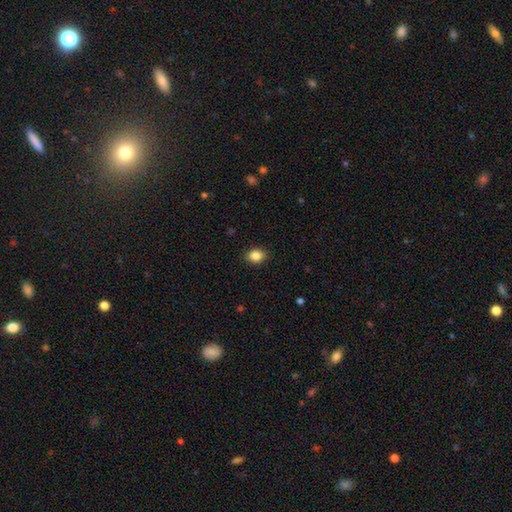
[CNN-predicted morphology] A smooth galaxy with no disk features (86%) that is in between round and cigar-shaped (52%).

Vote fractions:
- Smooth or featured? smooth: 86% / star or artifact: 10% / featured or disk: 5%
- How rounded? in between: 52% / round: 47% / cigar-shaped: 1%
- Merging? none: 88% / minor disturbance: 9% / major disturbance: 2% / merger: 1%